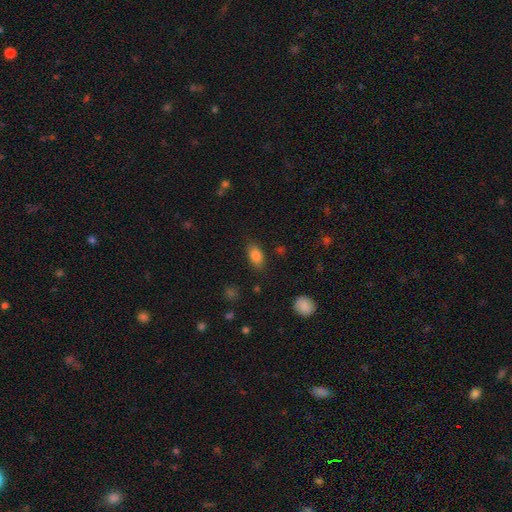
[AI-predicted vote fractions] Q: Smooth or featured?
A: smooth (84%); runner-up: star or artifact (9%)
Q: How rounded?
A: in between (88%); runner-up: round (7%)
Q: Merging?
A: none (81%); runner-up: minor disturbance (14%)